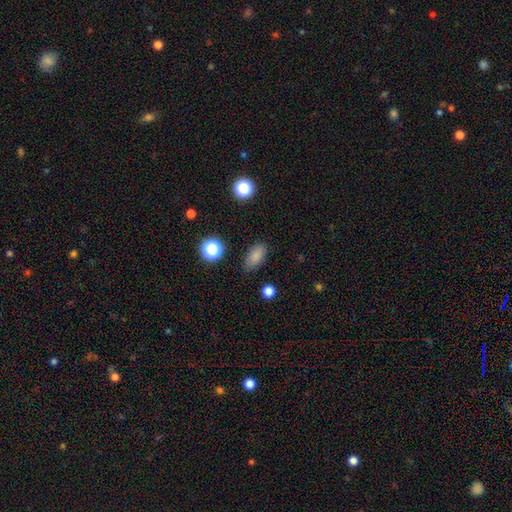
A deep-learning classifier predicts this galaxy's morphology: A smooth galaxy with no disk features (83%) that is in between round and cigar-shaped (88%).

Vote fractions:
- Smooth or featured? smooth: 83% / star or artifact: 11% / featured or disk: 5%
- How rounded? in between: 88% / round: 7% / cigar-shaped: 5%
- Merging? none: 84% / minor disturbance: 11% / major disturbance: 3% / merger: 2%